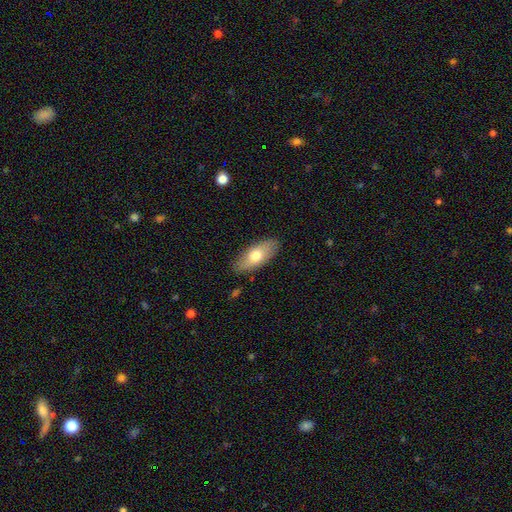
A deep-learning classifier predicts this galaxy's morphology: Smooth or featured? smooth (71%)
How rounded? in between (83%)
Merging? none (85%)